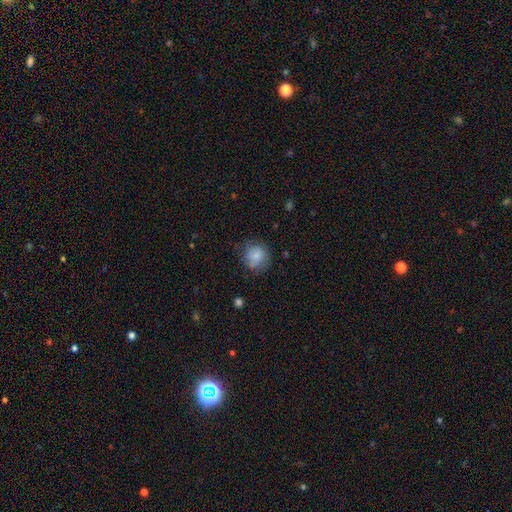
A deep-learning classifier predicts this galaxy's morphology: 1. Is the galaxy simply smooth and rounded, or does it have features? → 79% smooth, 12% featured or disk, 8% star or artifact.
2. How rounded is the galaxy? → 85% round, 14% in between, 1% cigar-shaped.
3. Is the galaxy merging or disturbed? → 71% none, 21% minor disturbance, 7% major disturbance, 1% merger.